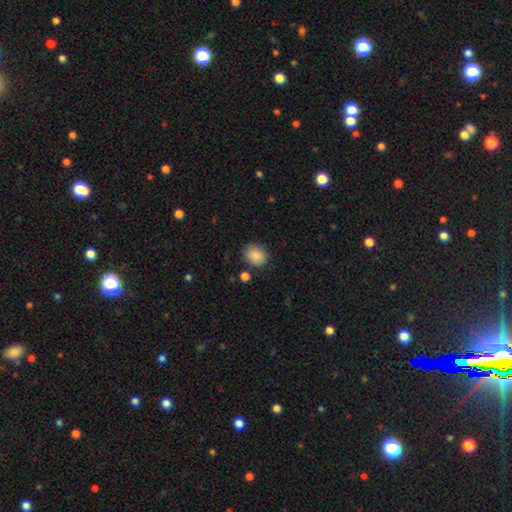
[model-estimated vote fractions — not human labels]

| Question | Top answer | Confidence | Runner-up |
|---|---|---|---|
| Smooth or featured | smooth | 87% | star or artifact (8%) |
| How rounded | round | 64% | in between (35%) |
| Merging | none | 82% | minor disturbance (12%) |